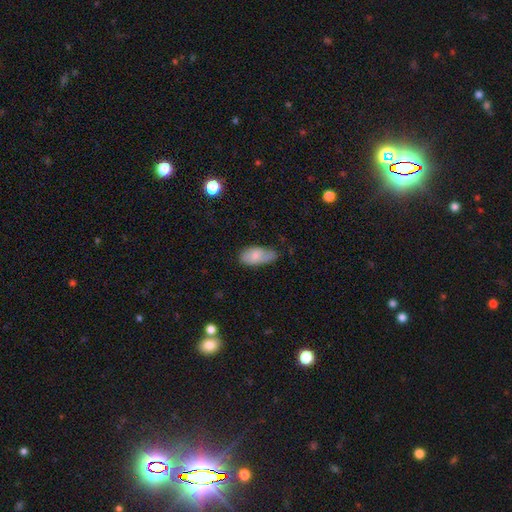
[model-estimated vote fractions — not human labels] Overall: smooth (77%). How rounded: in between (92%). Merging: none (47%; minor disturbance 40%).